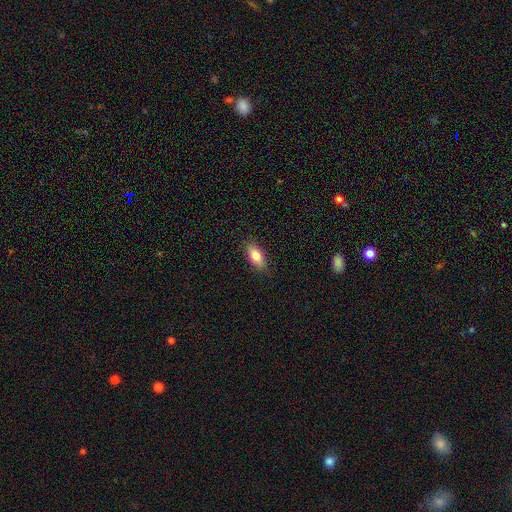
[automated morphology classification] The model was most divided on "smooth or featured": smooth: 79%, featured or disk: 14%, star or artifact: 7%. More confident: merging — none (88%); how rounded — in between (86%).